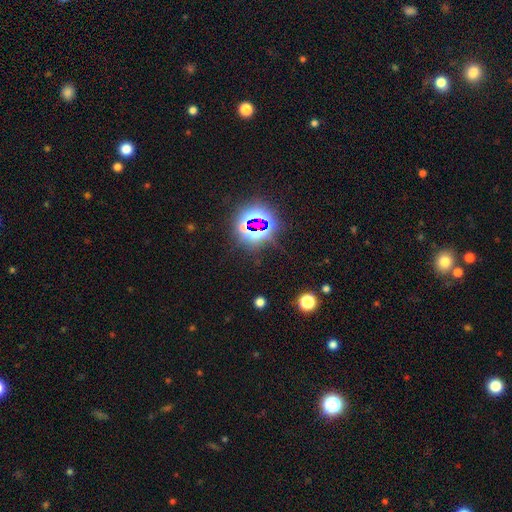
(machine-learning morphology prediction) A star or artifact, not a galaxy (78%).